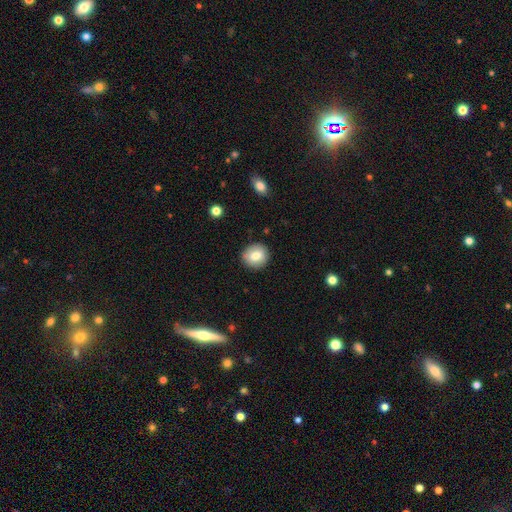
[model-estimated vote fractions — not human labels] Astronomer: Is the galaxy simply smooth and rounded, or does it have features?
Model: smooth — 77%.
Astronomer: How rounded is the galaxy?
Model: round — 86%.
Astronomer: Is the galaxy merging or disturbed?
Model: none — 89%.